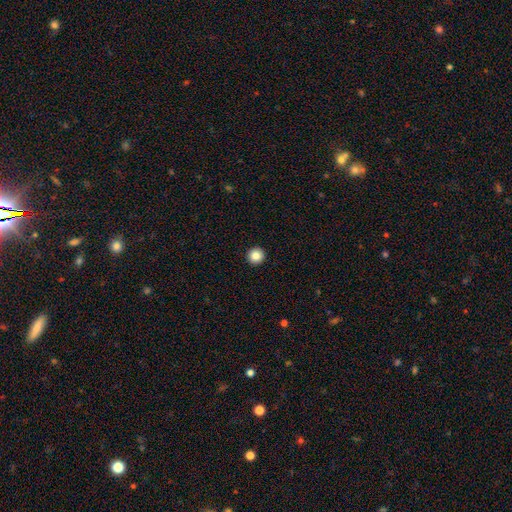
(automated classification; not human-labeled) A smooth galaxy with no disk features (86%) that is round (96%).

Vote fractions:
- Smooth or featured? smooth: 86% / star or artifact: 10% / featured or disk: 5%
- How rounded? round: 96% / in between: 3% / cigar-shaped: 1%
- Merging? none: 94% / minor disturbance: 4% / major disturbance: 1% / merger: 1%